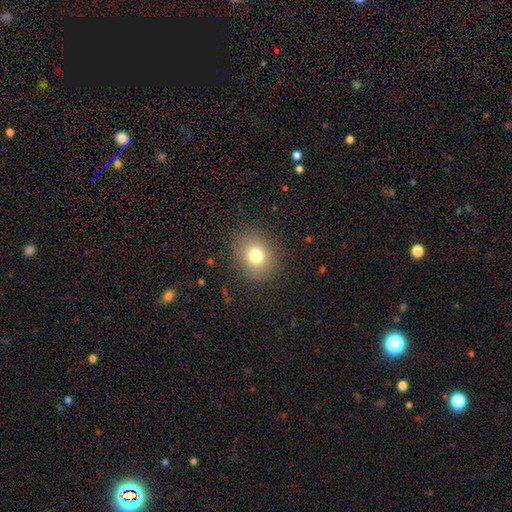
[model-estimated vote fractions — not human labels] Smooth or featured?
  - smooth: 77% *
  - star or artifact: 13%
  - featured or disk: 10%
How rounded?
  - round: 72% *
  - in between: 28%
  - cigar-shaped: 1%
Merging?
  - none: 87% *
  - minor disturbance: 8%
  - major disturbance: 4%
  - merger: 1%